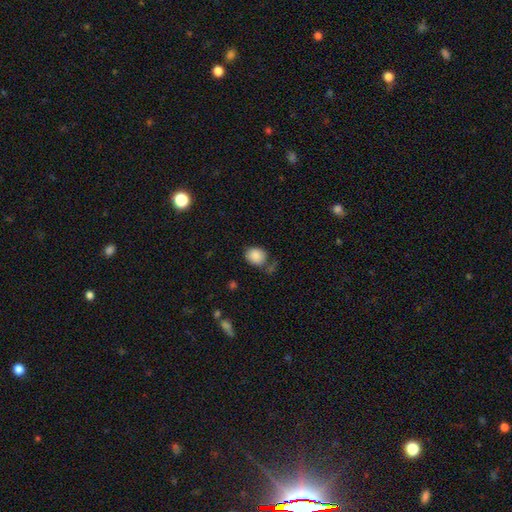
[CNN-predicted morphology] type=smooth (87%); roundness=in between (51%); merging=none (62%).